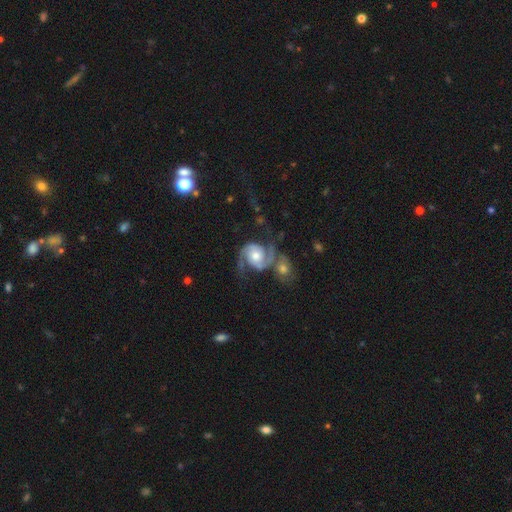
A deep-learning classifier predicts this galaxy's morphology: Smooth or featured?
  - featured or disk: 90% *
  - smooth: 5%
  - star or artifact: 5%
Edge-on disk?
  - no: 98% *
  - yes: 2%
Bar?
  - no: 69% *
  - weak: 24%
  - strong: 7%
Spiral arms?
  - yes: 98% *
  - no: 2%
Spiral winding?
  - medium: 54% *
  - loose: 24%
  - tight: 22%
Spiral arm count?
  - 2: 93% *
  - can't tell: 2%
  - 3: 2%
  - 1: 2%
  - 4: 1%
  - more than 4: 1%
Bulge size?
  - moderate: 63% *
  - small: 24%
  - large: 9%
  - none: 2%
  - dominant: 2%
Merging?
  - none: 50% *
  - merger: 23%
  - minor disturbance: 15%
  - major disturbance: 11%